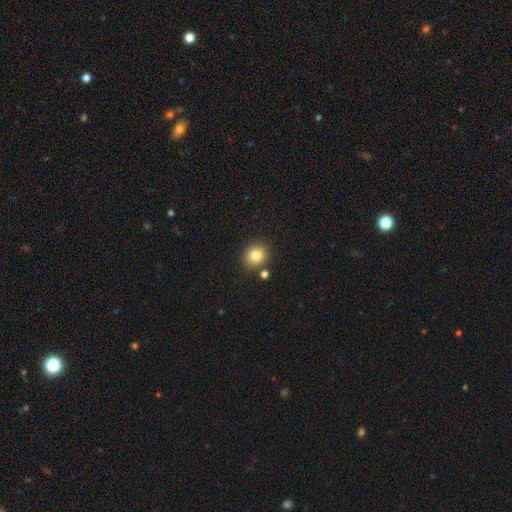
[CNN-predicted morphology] Smooth or featured?
  - smooth: 82% *
  - star or artifact: 11%
  - featured or disk: 7%
How rounded?
  - round: 72% *
  - in between: 27%
  - cigar-shaped: 1%
Merging?
  - none: 83% *
  - minor disturbance: 9%
  - merger: 6%
  - major disturbance: 2%